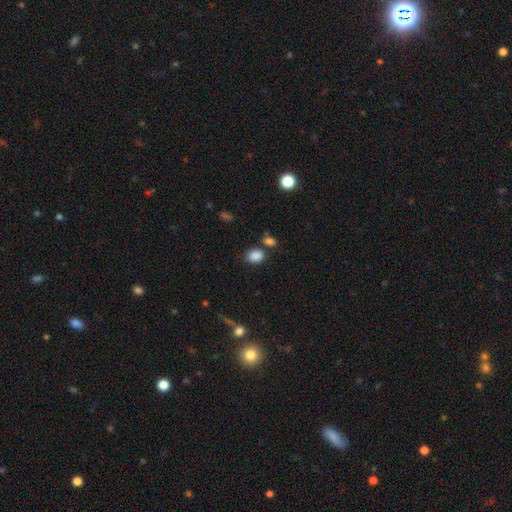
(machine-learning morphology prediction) Q: Smooth or featured?
A: smooth (86%); runner-up: star or artifact (10%)
Q: How rounded?
A: in between (66%); runner-up: round (33%)
Q: Merging?
A: none (68%); runner-up: merger (14%)